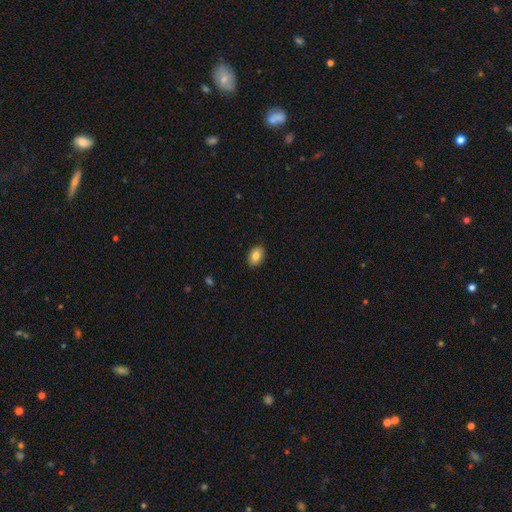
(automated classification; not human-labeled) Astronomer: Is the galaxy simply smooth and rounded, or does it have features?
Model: smooth — 84%.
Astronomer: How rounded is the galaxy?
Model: in between — 86%.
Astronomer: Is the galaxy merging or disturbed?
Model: none — 89%.